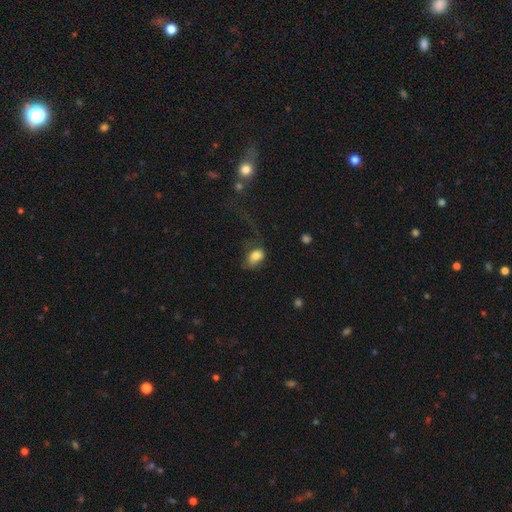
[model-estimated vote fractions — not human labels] Overall: smooth (80%). How rounded: in between (85%). Merging: major disturbance (38%; none 33%).